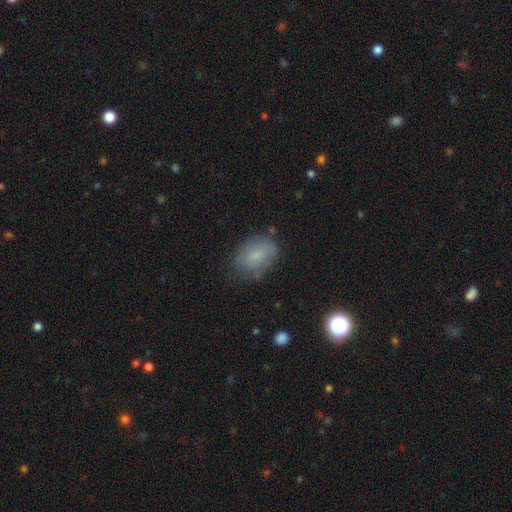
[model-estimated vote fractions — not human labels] Smooth or featured: smooth — 72% (featured or disk — 19%)
How rounded: in between — 79% (round — 20%)
Merging: none — 65% (minor disturbance — 25%)